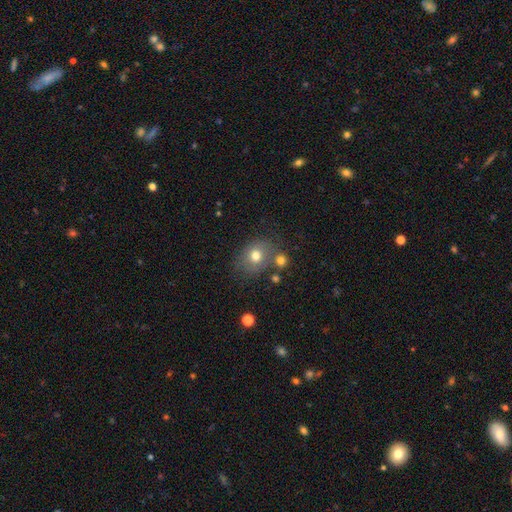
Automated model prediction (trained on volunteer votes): This is likely a smooth galaxy (72%). How rounded: possibly round (56%). Merging: likely none (61%).